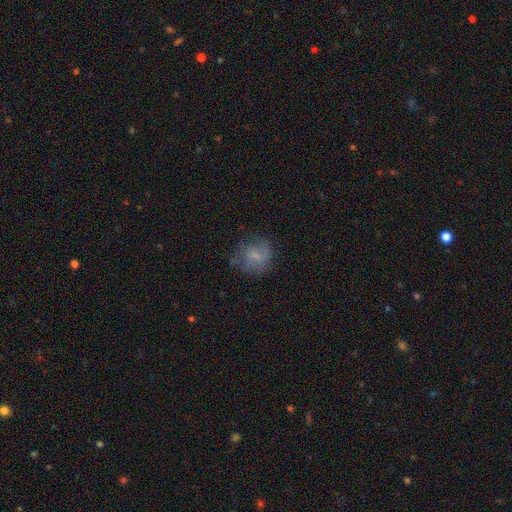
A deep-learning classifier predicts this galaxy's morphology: Smooth or featured?
  - smooth: 49% *
  - featured or disk: 41%
  - star or artifact: 11%
Merging?
  - none: 59% *
  - minor disturbance: 24%
  - major disturbance: 15%
  - merger: 2%